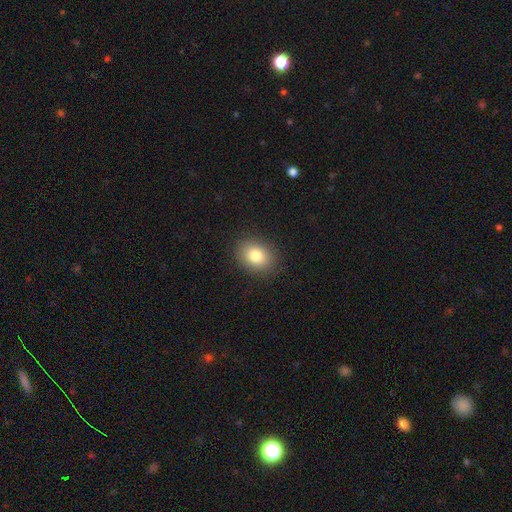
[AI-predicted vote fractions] This is clearly a smooth galaxy (81%). How rounded: possibly in between (54%). Merging: clearly none (89%).